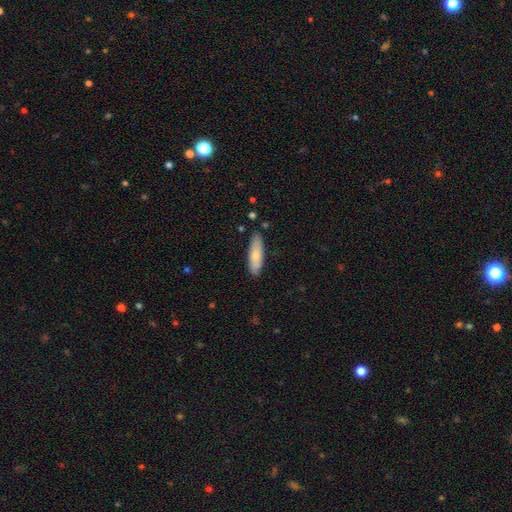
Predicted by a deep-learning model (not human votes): smooth-or-featured: smooth: 79% | featured or disk: 16% | star or artifact: 5%
  how-rounded: cigar-shaped: 58% | in between: 40% | round: 2%
  merging: none: 84% | minor disturbance: 12% | major disturbance: 2% | merger: 2%